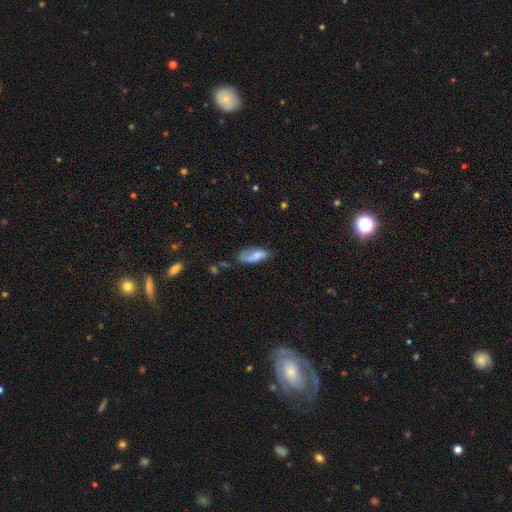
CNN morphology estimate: A smooth galaxy with no disk features (65%) that is in between round and cigar-shaped (83%). Merging: none (45%).